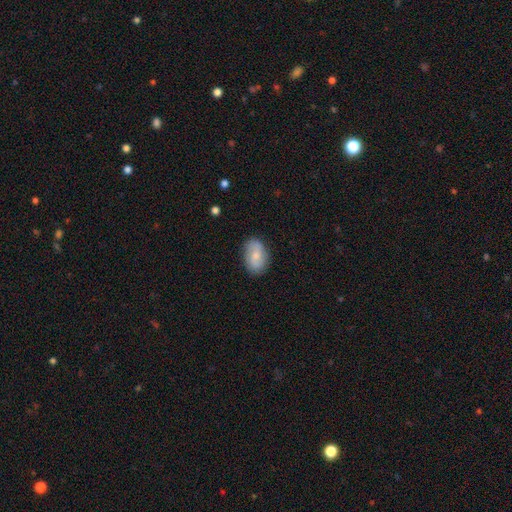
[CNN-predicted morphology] smooth-or-featured: smooth: 61% | featured or disk: 32% | star or artifact: 7%
  how-rounded: in between: 87% | round: 12% | cigar-shaped: 2%
  merging: none: 82% | minor disturbance: 14% | major disturbance: 3% | merger: 1%